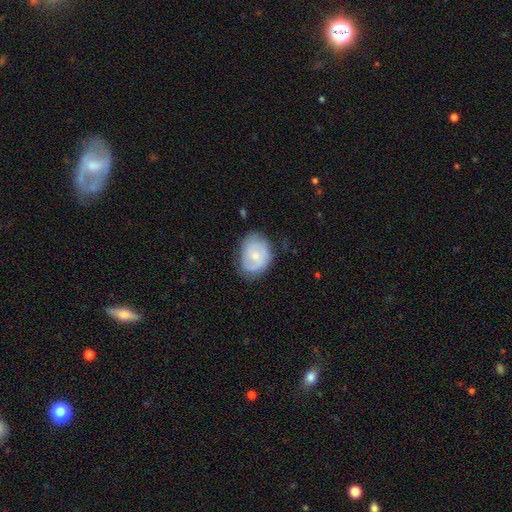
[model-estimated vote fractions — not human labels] smooth_or_featured: featured or disk (p=0.50) [alt: smooth p=0.44]
merging: none (p=0.64) [alt: minor disturbance p=0.26]